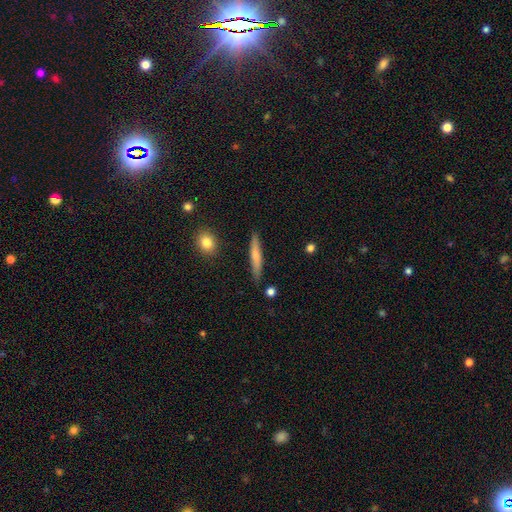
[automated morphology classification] A smooth galaxy with no disk features (66%) that is cigar-shaped (90%). Merging: none (85%).